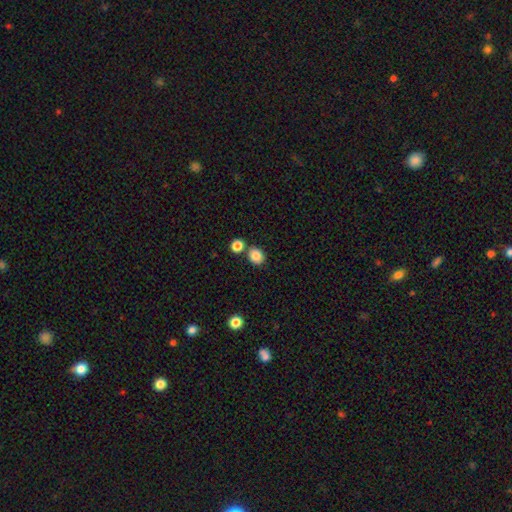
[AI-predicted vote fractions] Smooth or featured: smooth — 85% (star or artifact — 10%)
How rounded: round — 66% (in between — 33%)
Merging: none — 72% (merger — 16%)